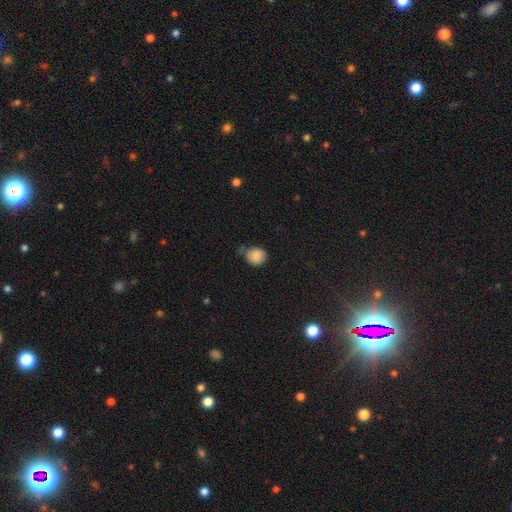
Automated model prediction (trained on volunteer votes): Smooth or featured? Predicted: smooth (p=0.85). How rounded? Predicted: round (p=0.79). Merging? Predicted: none (p=0.53).